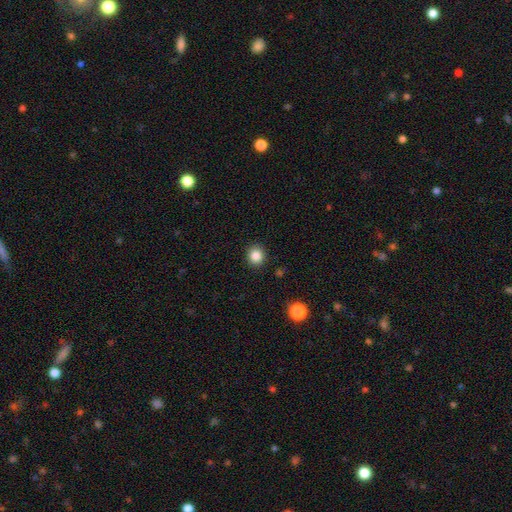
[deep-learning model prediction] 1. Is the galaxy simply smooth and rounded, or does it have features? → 86% smooth, 10% star or artifact, 4% featured or disk.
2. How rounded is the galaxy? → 85% round, 14% in between, 1% cigar-shaped.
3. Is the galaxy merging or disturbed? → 91% none, 6% minor disturbance, 2% major disturbance, 1% merger.